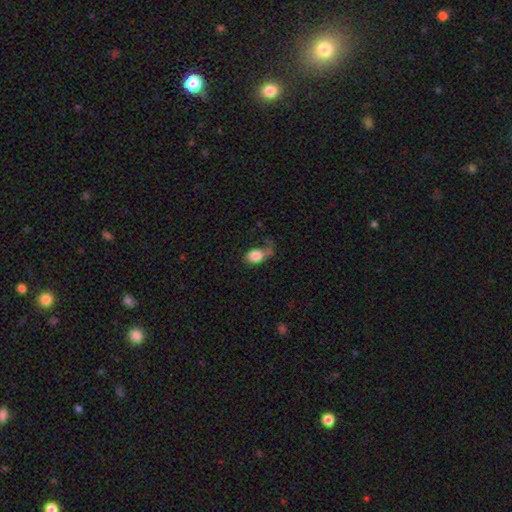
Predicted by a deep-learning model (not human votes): This appears to be a smooth galaxy with no disk features (81%) that is in between round and cigar-shaped (74%). Merging: none (38%).